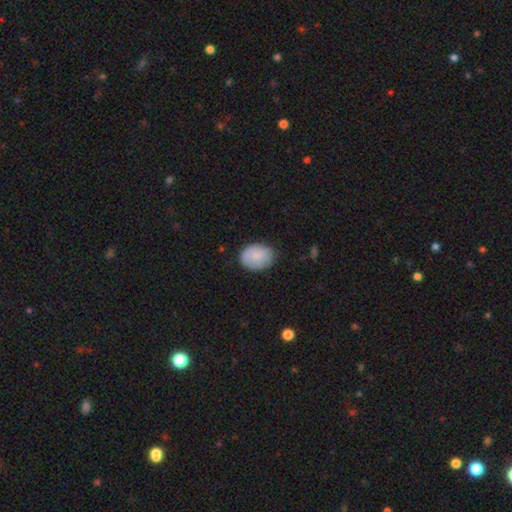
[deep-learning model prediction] Smooth or featured? smooth (80%)
How rounded? in between (65%)
Merging? none (77%)